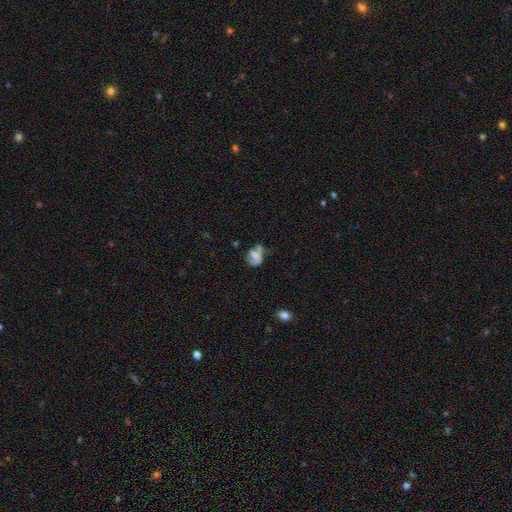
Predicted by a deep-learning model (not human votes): Q: Smooth or featured?
A: smooth (53%); runner-up: featured or disk (35%)
Q: How rounded?
A: in between (57%); runner-up: round (41%)
Q: Merging?
A: none (32%); runner-up: merger (24%)